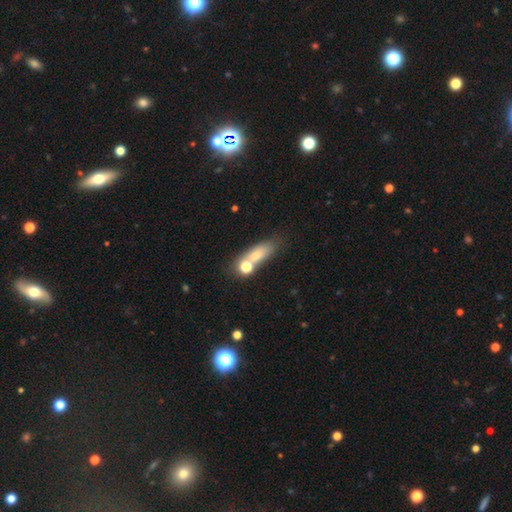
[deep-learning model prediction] This is likely a smooth galaxy (67%). How rounded: possibly in between (54%). Merging: possibly none (49%).